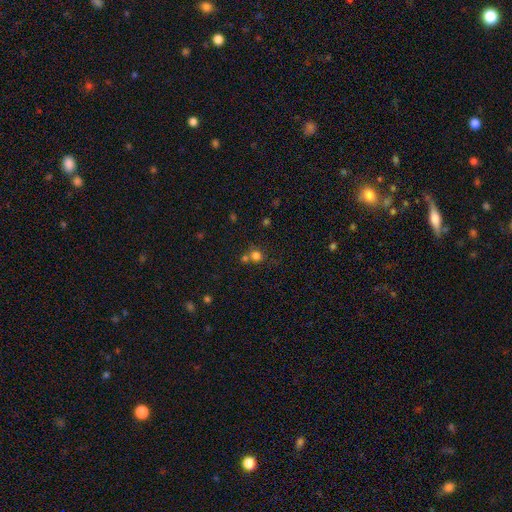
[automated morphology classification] smooth_or_featured: smooth (p=0.75) [alt: star or artifact p=0.17]
how_rounded: round (p=0.84) [alt: in between p=0.15]
merging: none (p=0.54) [alt: merger p=0.32]